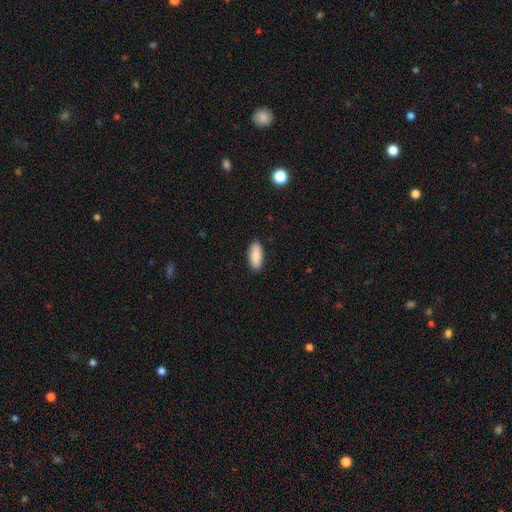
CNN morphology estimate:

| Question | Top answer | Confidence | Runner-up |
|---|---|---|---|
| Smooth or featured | smooth | 87% | featured or disk (7%) |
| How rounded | in between | 82% | cigar-shaped (16%) |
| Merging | none | 89% | minor disturbance (9%) |